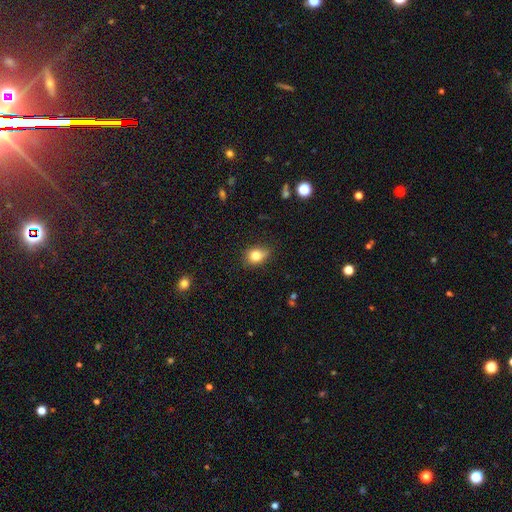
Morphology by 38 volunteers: Smooth or featured? smooth (79%)
How rounded? in between (63%)
Merging? none (64%)